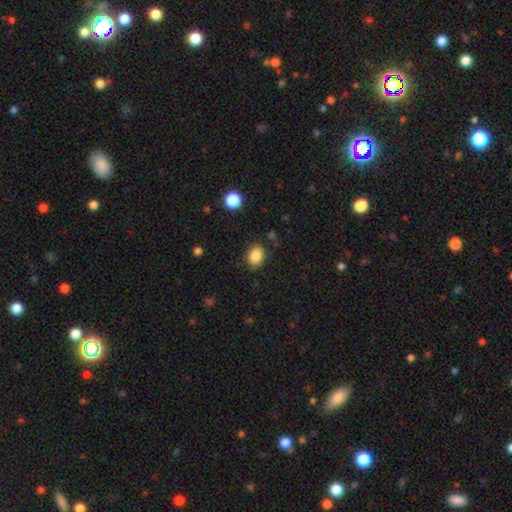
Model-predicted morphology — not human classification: A smooth galaxy with no disk features (86%) that is in between round and cigar-shaped (70%). Merging: none (82%).